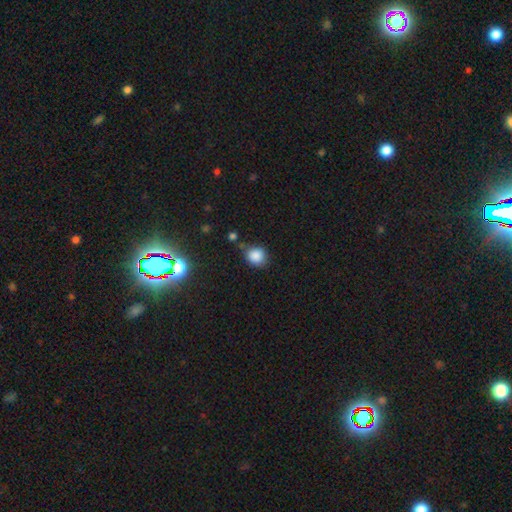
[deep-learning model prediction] Q: Smooth or featured?
A: smooth (85%); runner-up: star or artifact (11%)
Q: How rounded?
A: round (75%); runner-up: in between (24%)
Q: Merging?
A: none (70%); runner-up: minor disturbance (19%)